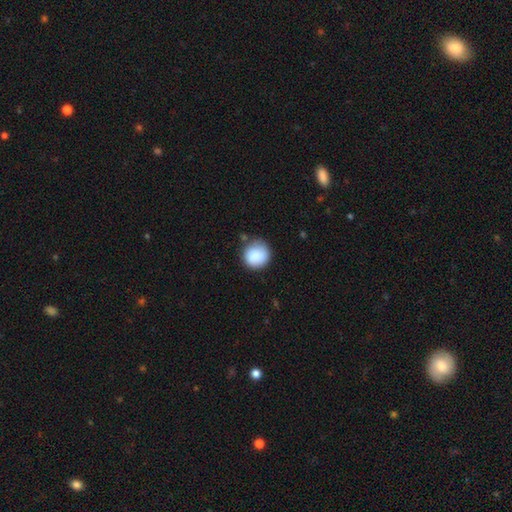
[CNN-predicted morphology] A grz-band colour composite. It shows a smooth galaxy with no disk features (88%) that is round (91%). Merging: none (76%).